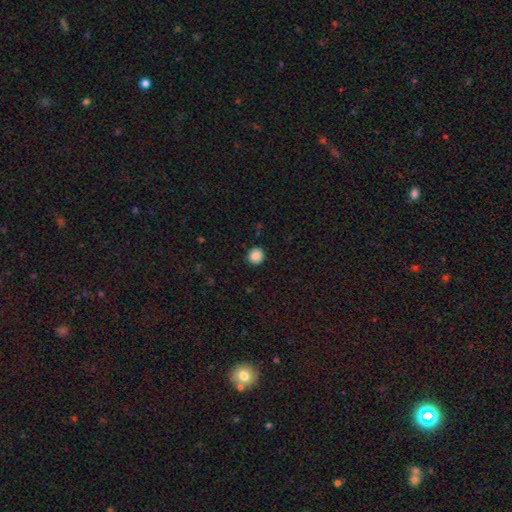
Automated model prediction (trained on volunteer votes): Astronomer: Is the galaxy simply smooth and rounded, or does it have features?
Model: smooth — 87%.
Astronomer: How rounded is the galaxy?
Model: round — 88%.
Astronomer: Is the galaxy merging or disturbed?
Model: none — 91%.